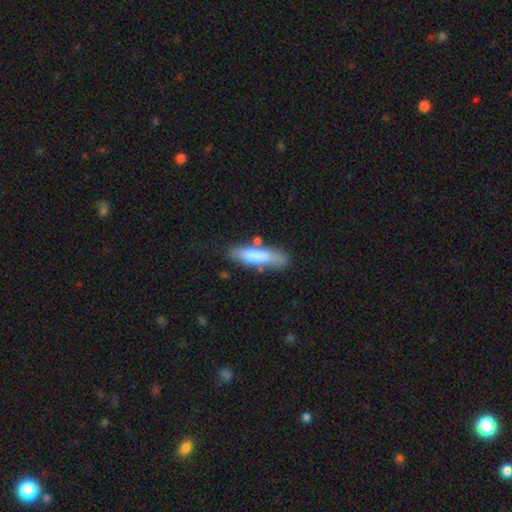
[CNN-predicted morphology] This is likely a smooth galaxy (76%). How rounded: likely cigar-shaped (66%). Merging: likely none (62%).